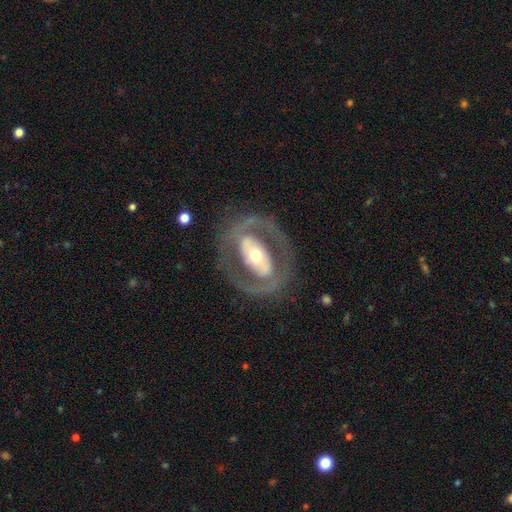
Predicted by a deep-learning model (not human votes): Q: Smooth or featured?
A: featured or disk (77%); runner-up: smooth (18%)
Q: Edge-on disk?
A: no (94%); runner-up: yes (6%)
Q: Bar?
A: no (39%); runner-up: strong (38%)
Q: Spiral arms?
A: no (53%); runner-up: yes (47%)
Q: Bulge size?
A: moderate (65%); runner-up: small (18%)
Q: Merging?
A: none (75%); runner-up: minor disturbance (12%)